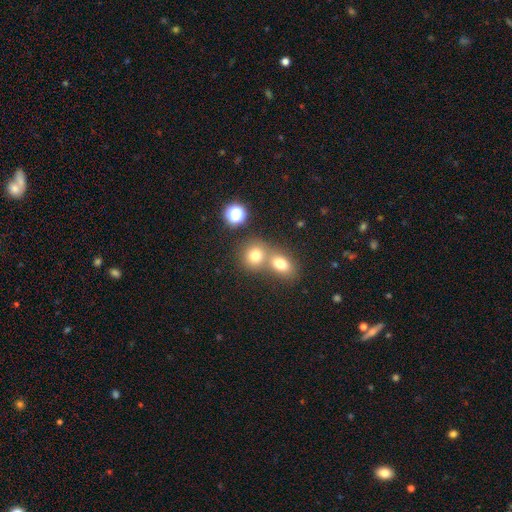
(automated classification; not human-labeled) Q: Smooth or featured?
A: smooth (75%); runner-up: star or artifact (15%)
Q: How rounded?
A: round (76%); runner-up: in between (23%)
Q: Merging?
A: merger (46%); runner-up: none (44%)